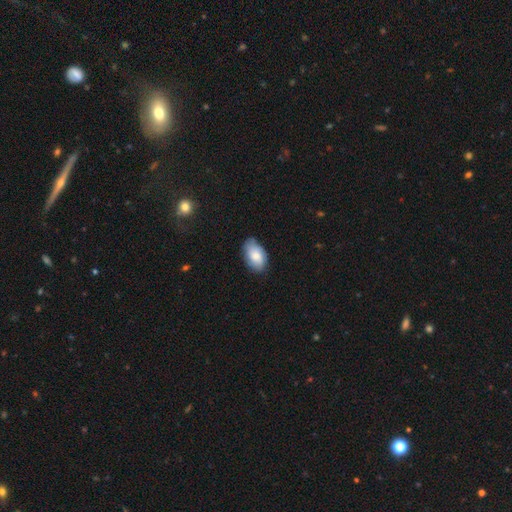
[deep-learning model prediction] Morphology: type=smooth (77%); roundness=in between (93%); merging=none (71%).